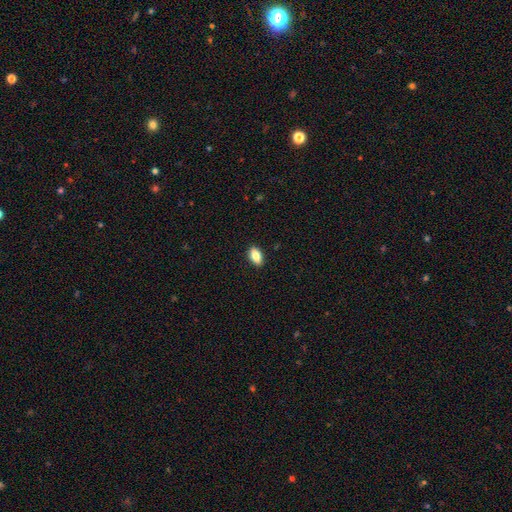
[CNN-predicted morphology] type=smooth (82%); roundness=in between (89%); merging=none (89%).